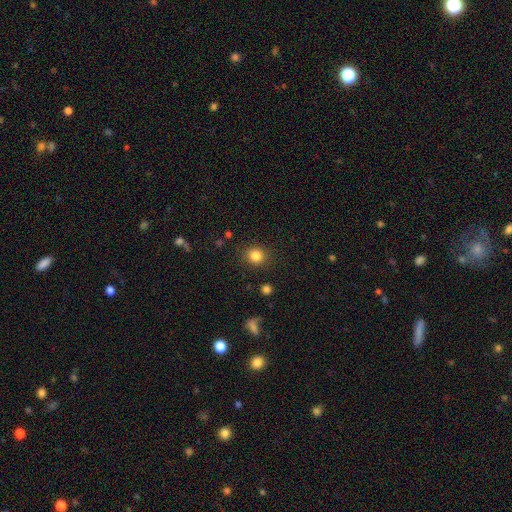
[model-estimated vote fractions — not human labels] smooth-or-featured: smooth: 84% | star or artifact: 11% | featured or disk: 5%
  how-rounded: round: 85% | in between: 14% | cigar-shaped: 1%
  merging: none: 88% | minor disturbance: 8% | major disturbance: 3% | merger: 2%